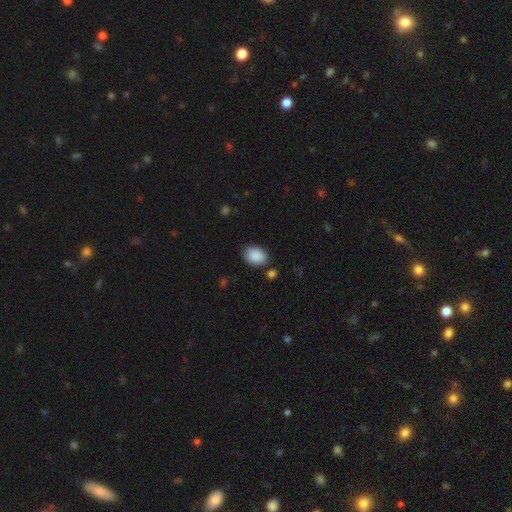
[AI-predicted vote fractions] smooth_or_featured: smooth (p=0.90) [alt: star or artifact p=0.07]
how_rounded: in between (p=0.66) [alt: round p=0.33]
merging: none (p=0.82) [alt: minor disturbance p=0.11]